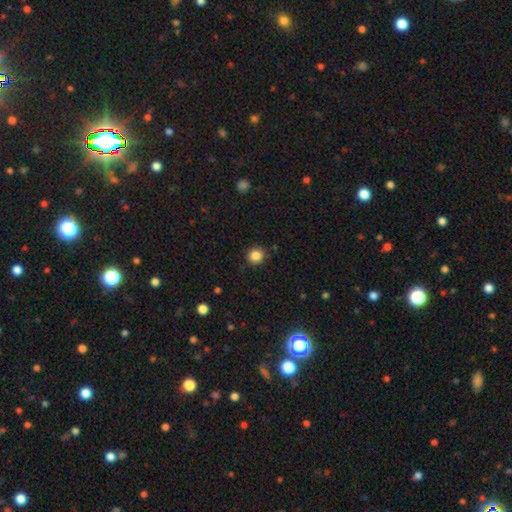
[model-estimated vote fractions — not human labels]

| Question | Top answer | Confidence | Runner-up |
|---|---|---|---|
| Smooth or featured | smooth | 85% | star or artifact (11%) |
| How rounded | round | 88% | in between (11%) |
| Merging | none | 89% | minor disturbance (8%) |